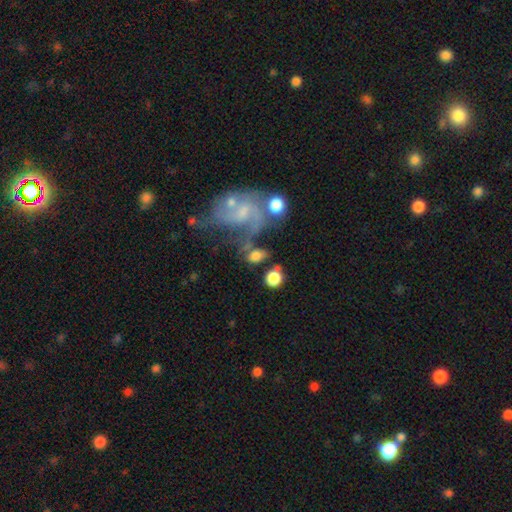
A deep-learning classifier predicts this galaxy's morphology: smooth_or_featured: smooth (p=0.64) [alt: featured or disk p=0.25]
how_rounded: in between (p=0.64) [alt: round p=0.32]
merging: none (p=0.45) [alt: merger p=0.26]